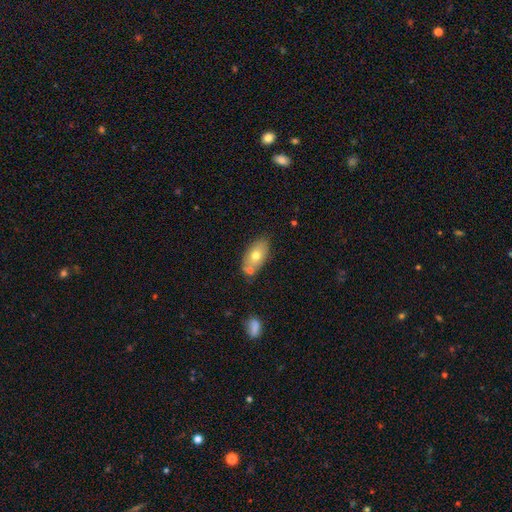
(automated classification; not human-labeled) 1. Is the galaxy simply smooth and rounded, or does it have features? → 66% smooth, 26% featured or disk, 8% star or artifact.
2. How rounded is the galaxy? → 90% in between, 7% round, 3% cigar-shaped.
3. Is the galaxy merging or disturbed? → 62% none, 18% merger, 16% minor disturbance, 4% major disturbance.